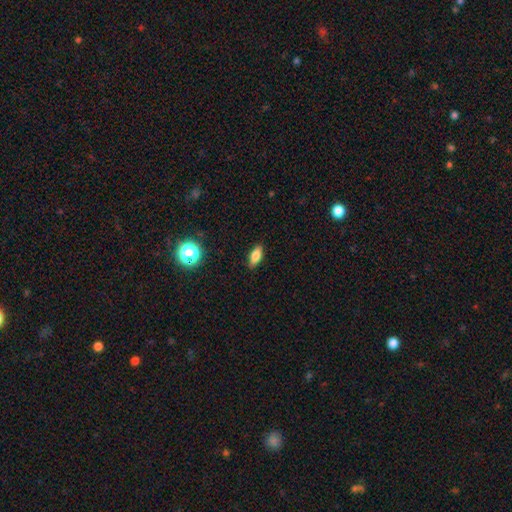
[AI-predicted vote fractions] A smooth galaxy with no disk features (77%) that is in between round and cigar-shaped (79%).

Vote fractions:
- Smooth or featured? smooth: 77% / featured or disk: 13% / star or artifact: 10%
- How rounded? in between: 79% / cigar-shaped: 16% / round: 5%
- Merging? none: 87% / minor disturbance: 10% / major disturbance: 2% / merger: 1%